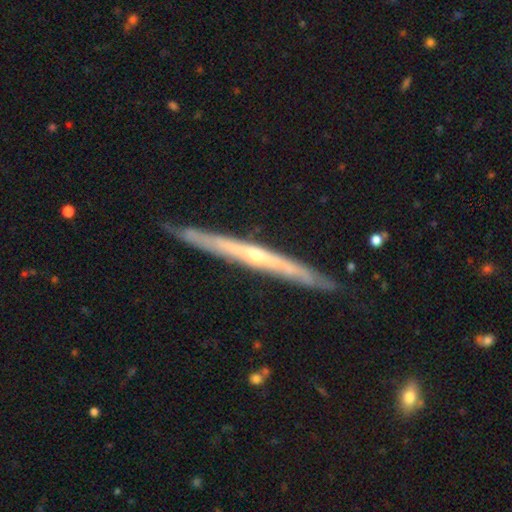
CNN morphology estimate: smooth-or-featured: featured or disk: 80% | smooth: 15% | star or artifact: 5%
  disk-edge-on: yes: 95% | no: 5%
    edge-on-bulge: rounded: 61% | none: 36% | boxy: 3%
  merging: none: 86% | minor disturbance: 11% | major disturbance: 2% | merger: 1%